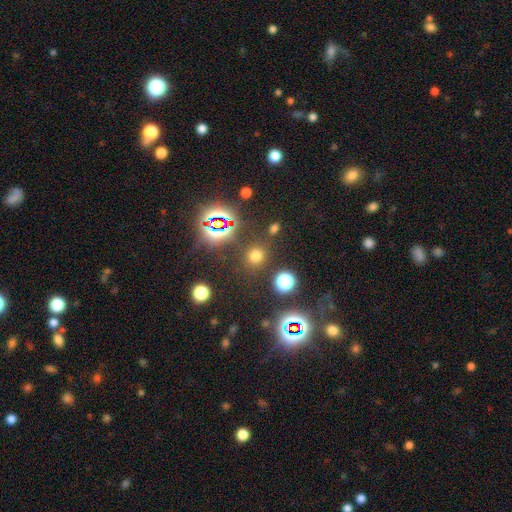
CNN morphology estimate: Smooth or featured? Predicted: smooth (p=0.63). How rounded? Predicted: round (p=0.87). Merging? Predicted: none (p=0.84).